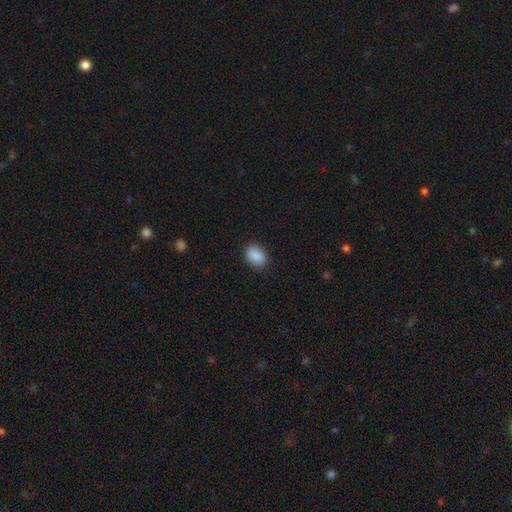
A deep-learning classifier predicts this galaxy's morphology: smooth-or-featured: smooth: 88% | star or artifact: 7% | featured or disk: 5%
  how-rounded: in between: 75% | round: 24% | cigar-shaped: 1%
  merging: none: 86% | minor disturbance: 11% | major disturbance: 3% | merger: 1%